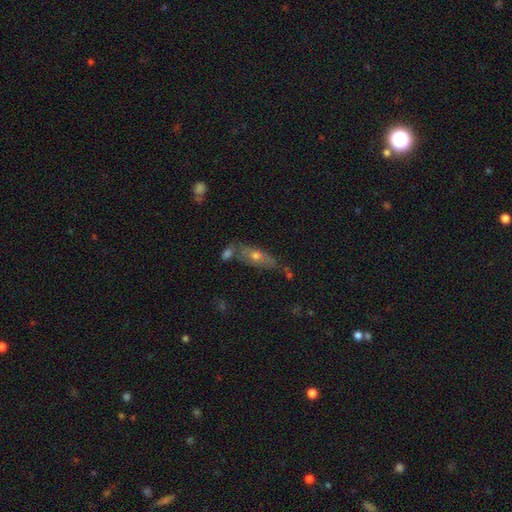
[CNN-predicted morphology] Smooth or featured? Predicted: featured or disk (p=0.47). Merging? Predicted: none (p=0.56).